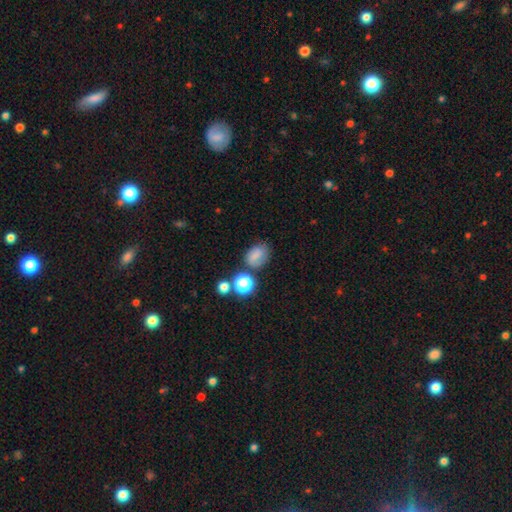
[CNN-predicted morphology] Smooth or featured?
  - smooth: 64% *
  - featured or disk: 21%
  - star or artifact: 15%
How rounded?
  - in between: 59% *
  - round: 40%
  - cigar-shaped: 1%
Merging?
  - none: 64% *
  - minor disturbance: 21%
  - major disturbance: 8%
  - merger: 7%